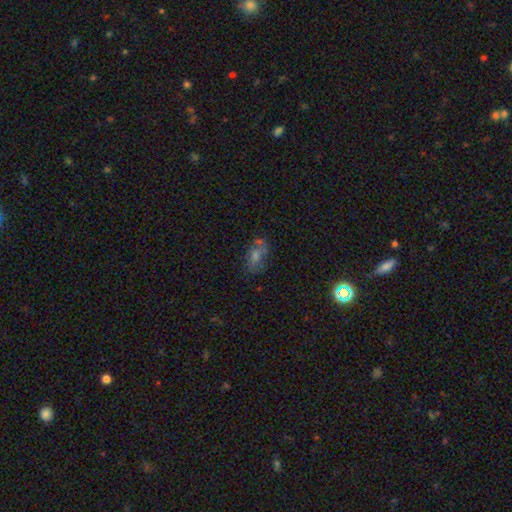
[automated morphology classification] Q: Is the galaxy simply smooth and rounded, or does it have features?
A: smooth — 47%.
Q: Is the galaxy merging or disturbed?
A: none — 56%.